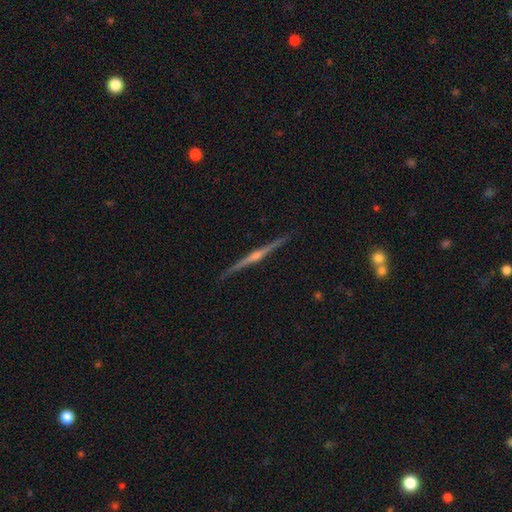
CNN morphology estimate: Q: Smooth or featured?
A: featured or disk (85%); runner-up: smooth (9%)
Q: Edge-on disk?
A: yes (99%); runner-up: no (1%)
Q: Edge-on bulge?
A: rounded (85%); runner-up: none (9%)
Q: Merging?
A: none (91%); runner-up: minor disturbance (6%)